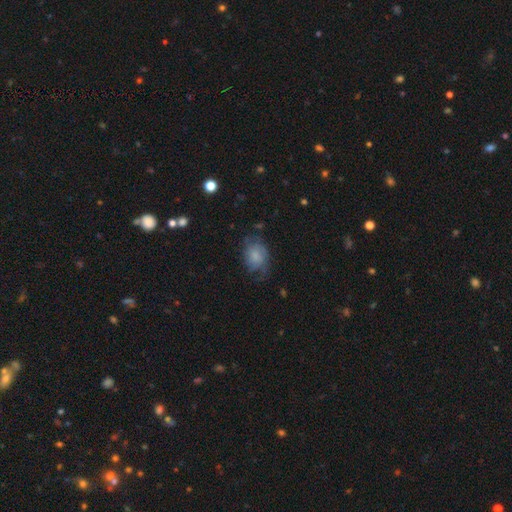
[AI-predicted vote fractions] A smooth galaxy with no disk features (56%) that is in between round and cigar-shaped (69%). Merging: none (52%).